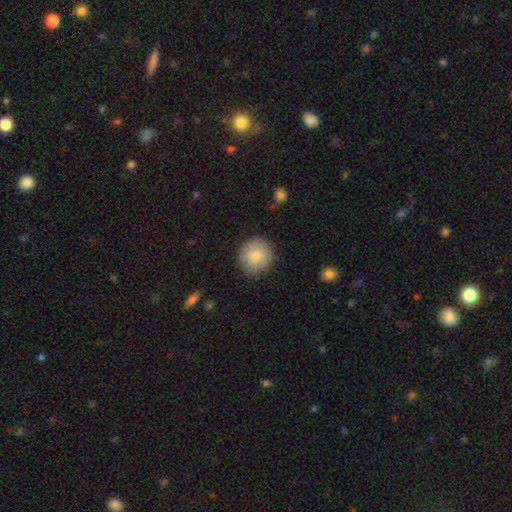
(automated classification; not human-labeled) A smooth galaxy with no disk features (80%) that is round (93%).

Vote fractions:
- Smooth or featured? smooth: 80% / featured or disk: 13% / star or artifact: 6%
- How rounded? round: 93% / in between: 6% / cigar-shaped: 1%
- Merging? none: 88% / minor disturbance: 8% / major disturbance: 2% / merger: 1%